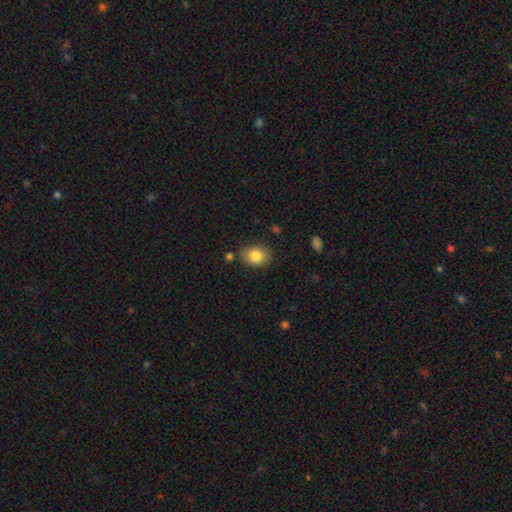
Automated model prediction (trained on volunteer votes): Morphology: type=smooth (84%); roundness=in between (54%); merging=none (79%).